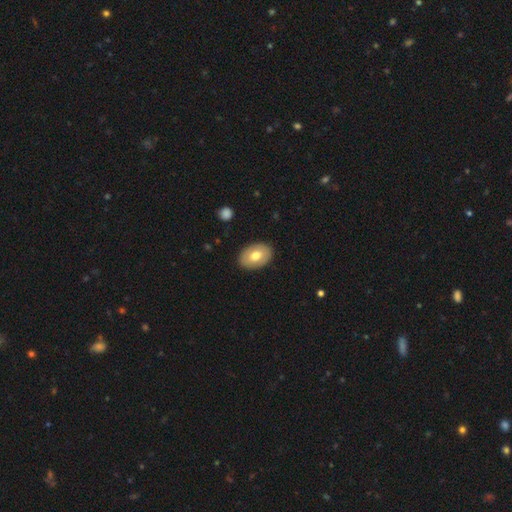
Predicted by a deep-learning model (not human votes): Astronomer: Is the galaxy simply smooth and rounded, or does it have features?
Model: smooth — 66%.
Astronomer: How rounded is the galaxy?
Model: in between — 85%.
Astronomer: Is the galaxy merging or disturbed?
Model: none — 88%.